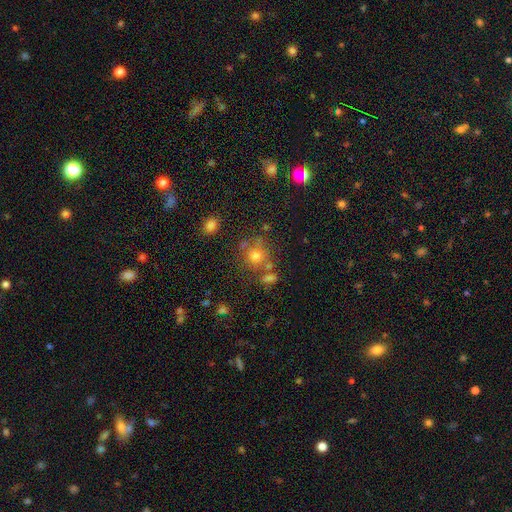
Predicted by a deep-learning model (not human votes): Q: Smooth or featured?
A: smooth (69%); runner-up: star or artifact (18%)
Q: How rounded?
A: round (85%); runner-up: in between (14%)
Q: Merging?
A: none (63%); runner-up: merger (18%)